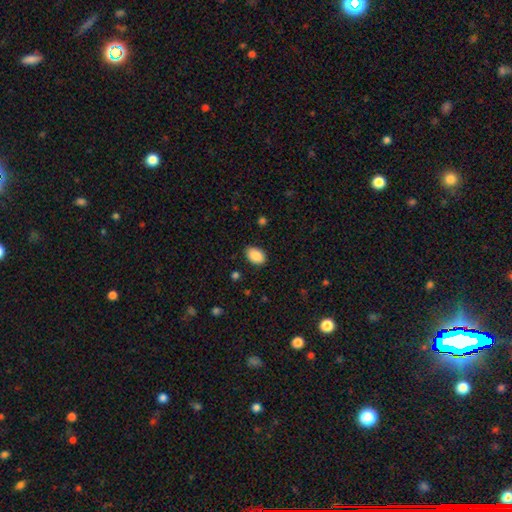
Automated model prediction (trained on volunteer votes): Morphology: type=smooth (89%); roundness=in between (87%); merging=none (85%).